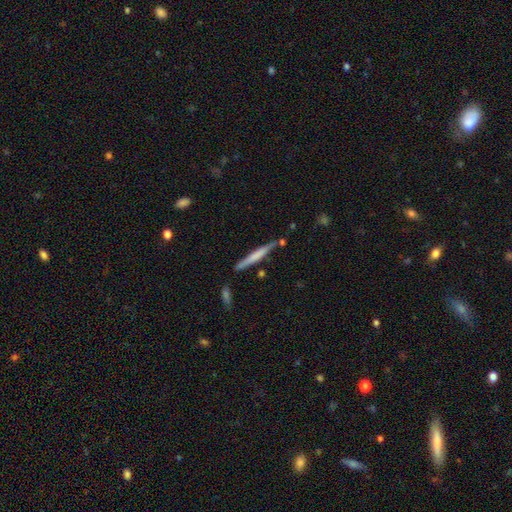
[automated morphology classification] smooth-or-featured: smooth: 54% | featured or disk: 41% | star or artifact: 6%
  how-rounded: cigar-shaped: 96% | in between: 3% | round: 1%
  merging: none: 79% | minor disturbance: 13% | merger: 5% | major disturbance: 2%